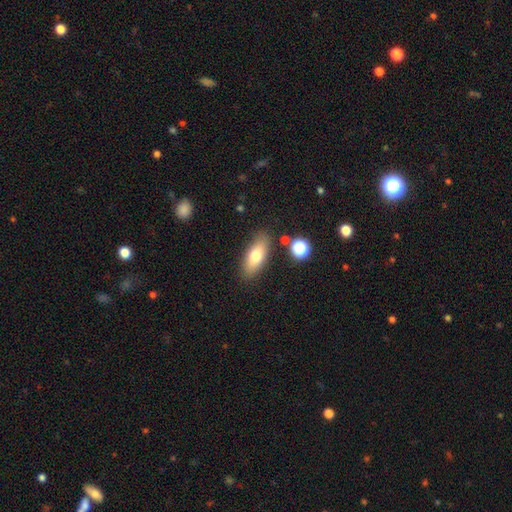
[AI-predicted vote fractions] Smooth or featured? Predicted: smooth (p=0.73). How rounded? Predicted: in between (p=0.75). Merging? Predicted: none (p=0.83).